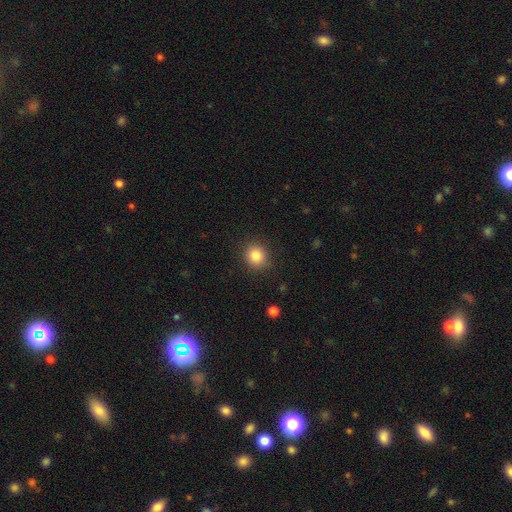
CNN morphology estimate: Smooth or featured: smooth — 84% (star or artifact — 11%)
How rounded: round — 83% (in between — 16%)
Merging: none — 88% (minor disturbance — 8%)